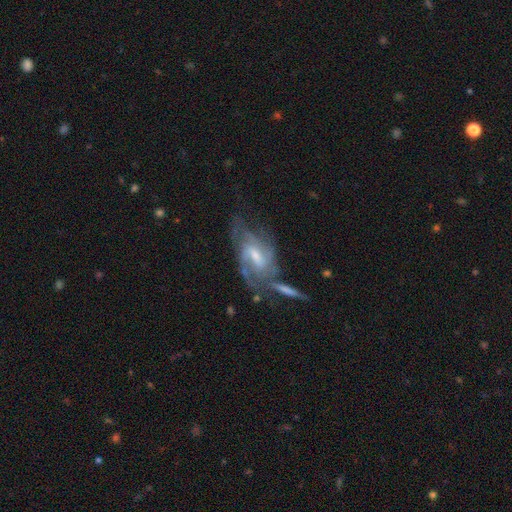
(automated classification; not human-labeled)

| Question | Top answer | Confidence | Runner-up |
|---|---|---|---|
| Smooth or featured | featured or disk | 82% | smooth (11%) |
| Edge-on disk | no | 94% | yes (6%) |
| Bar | weak | 55% | no (26%) |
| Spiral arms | yes | 92% | no (8%) |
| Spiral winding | medium | 47% | tight (36%) |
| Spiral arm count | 2 | 43% | can't tell (28%) |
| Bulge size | moderate | 45% | small (42%) |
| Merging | none | 43% | minor disturbance (20%) |